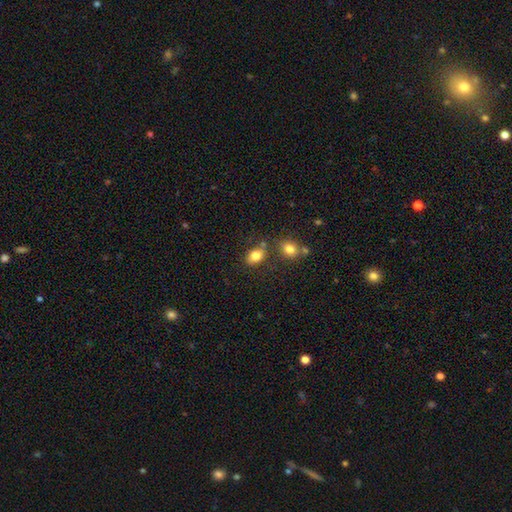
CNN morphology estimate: Smooth or featured? Predicted: smooth (p=0.82). How rounded? Predicted: in between (p=0.77). Merging? Predicted: none (p=0.67).